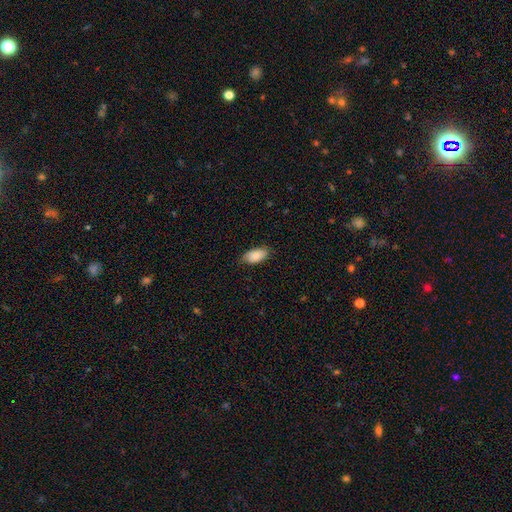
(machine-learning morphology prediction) Smooth or featured: smooth — 85% (featured or disk — 9%)
How rounded: in between — 93% (cigar-shaped — 4%)
Merging: none — 78% (minor disturbance — 18%)